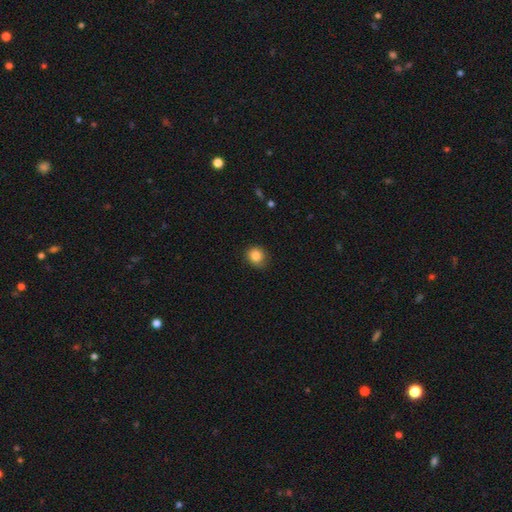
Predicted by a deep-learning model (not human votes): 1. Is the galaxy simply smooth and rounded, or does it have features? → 84% smooth, 11% star or artifact, 6% featured or disk.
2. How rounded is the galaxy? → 81% round, 18% in between, 1% cigar-shaped.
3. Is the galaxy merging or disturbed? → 81% none, 15% minor disturbance, 3% major disturbance, 1% merger.